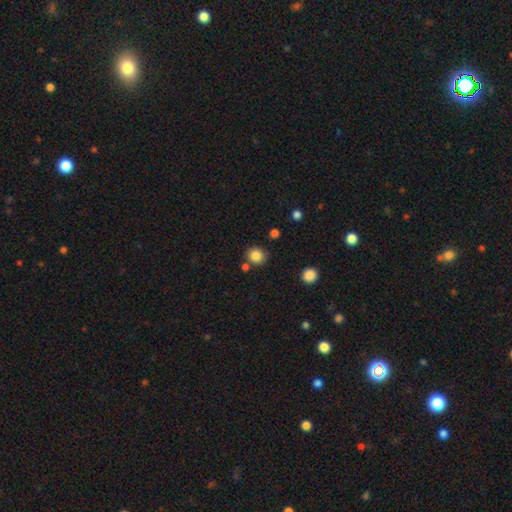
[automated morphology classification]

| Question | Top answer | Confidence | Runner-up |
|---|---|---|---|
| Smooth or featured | smooth | 84% | star or artifact (11%) |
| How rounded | round | 87% | in between (12%) |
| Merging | none | 79% | minor disturbance (9%) |